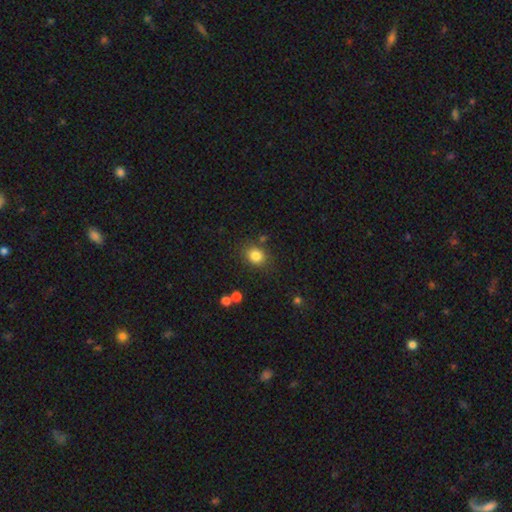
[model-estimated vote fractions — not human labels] This appears to be a smooth galaxy with no disk features (83%) that is round (61%). Merging: none (80%).